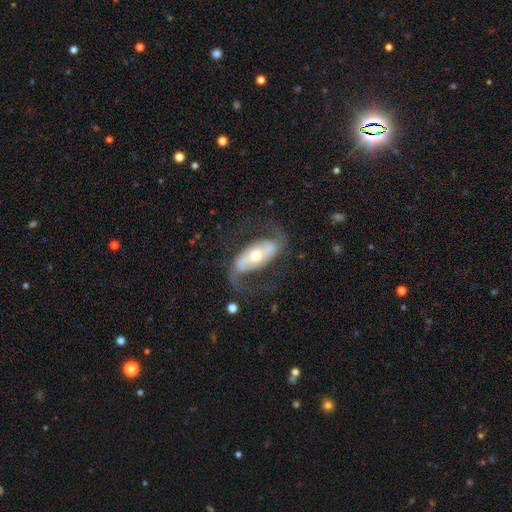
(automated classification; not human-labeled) This appears to be a featured or disk galaxy (84%) with a strong bar (45%), 2 (91%) loose (53%) spiral arms (93%) and a moderate central bulge (56%). Merging: none (71%).